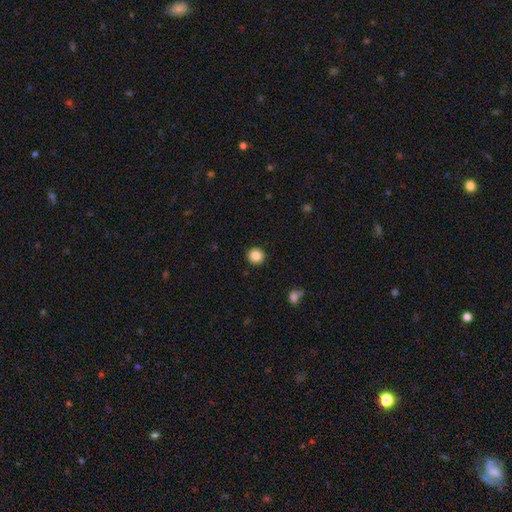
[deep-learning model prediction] Smooth or featured: smooth — 86% (star or artifact — 10%)
How rounded: round — 94% (in between — 5%)
Merging: none — 92% (minor disturbance — 5%)